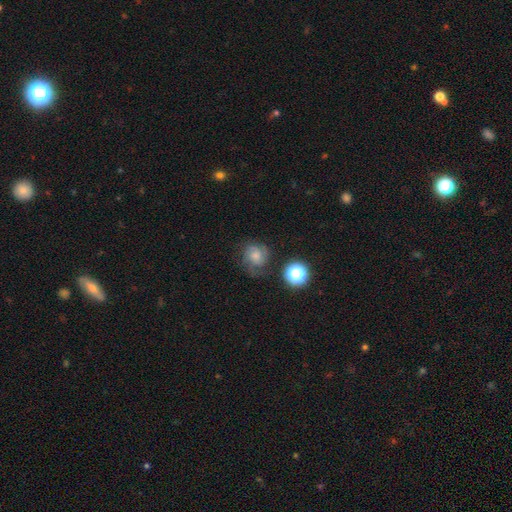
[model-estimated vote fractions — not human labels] This appears to be a smooth galaxy with no disk features (49%). Merging: none (57%).